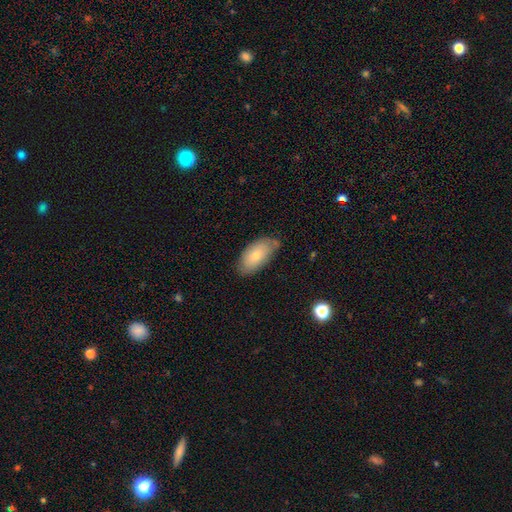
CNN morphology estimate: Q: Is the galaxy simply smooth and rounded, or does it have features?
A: smooth — 73%.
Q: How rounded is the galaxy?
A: in between — 93%.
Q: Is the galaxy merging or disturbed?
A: none — 71%.